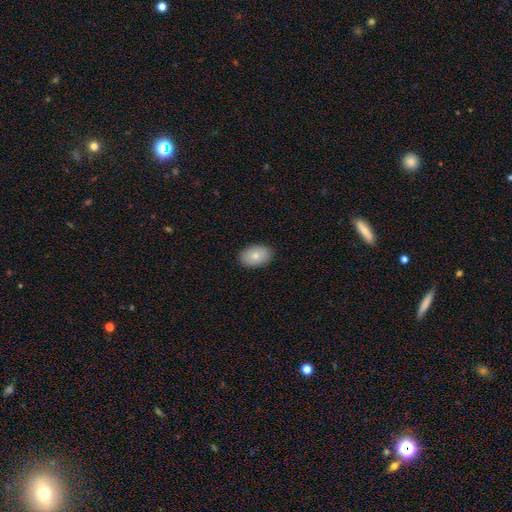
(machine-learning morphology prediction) smooth 83%, featured or disk 11%, star or artifact 6%. Down the decision tree: how rounded — in between (88%); merging — none (88%).